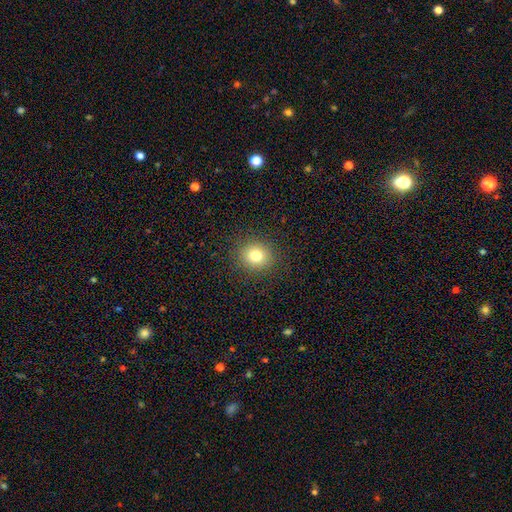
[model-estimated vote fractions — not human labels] Morphology: type=smooth (79%); roundness=round (84%); merging=none (89%).